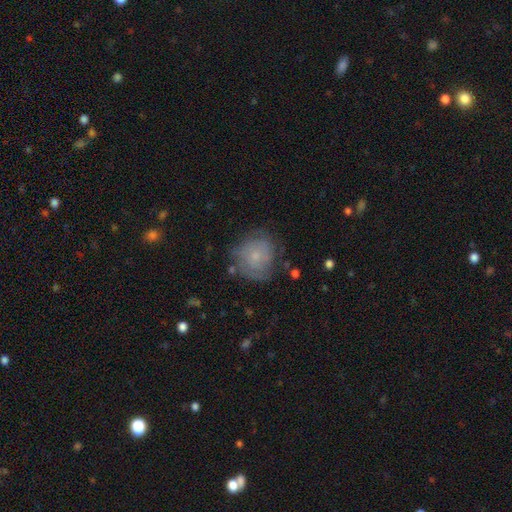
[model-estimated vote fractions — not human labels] A smooth galaxy with no disk features (53%) that is round (84%).

Vote fractions:
- Smooth or featured? smooth: 53% / featured or disk: 38% / star or artifact: 9%
- How rounded? round: 84% / in between: 15% / cigar-shaped: 1%
- Merging? none: 63% / minor disturbance: 24% / major disturbance: 11% / merger: 3%